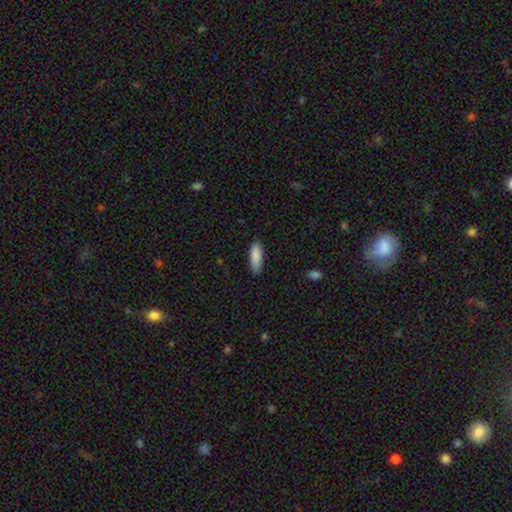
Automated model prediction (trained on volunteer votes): This is clearly a smooth galaxy (87%). How rounded: possibly in between (58%). Merging: clearly none (83%).